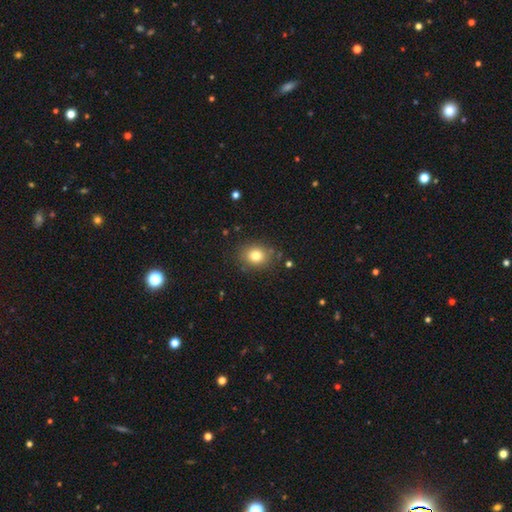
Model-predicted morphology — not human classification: Smooth or featured: smooth — 79% (star or artifact — 12%)
How rounded: round — 64% (in between — 35%)
Merging: none — 83% (minor disturbance — 11%)